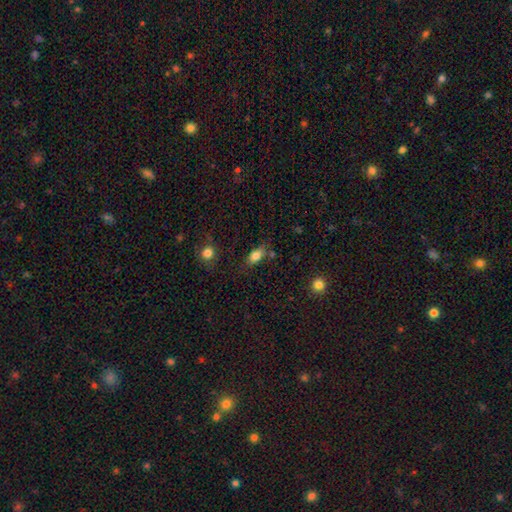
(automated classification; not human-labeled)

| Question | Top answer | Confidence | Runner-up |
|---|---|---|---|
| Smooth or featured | smooth | 80% | featured or disk (11%) |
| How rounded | in between | 84% | round (8%) |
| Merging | none | 70% | minor disturbance (18%) |